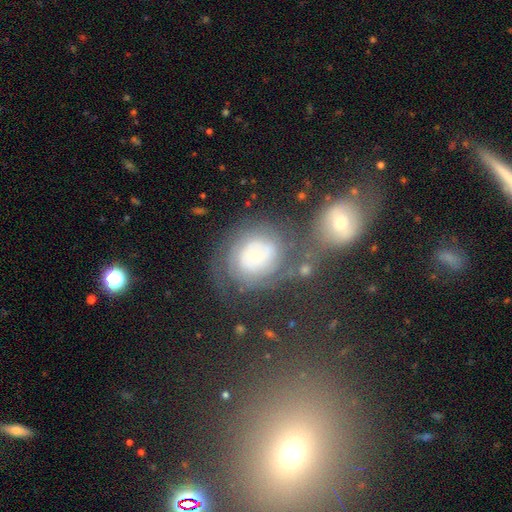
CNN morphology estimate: This is likely a featured or disk galaxy (62%). It is clearly not viewed edge-on (97%). Bar: likely no (79%). Spiral arm pattern: likely yes (78%). Central bulge: likely small (70%). Merging: possibly none (51%).